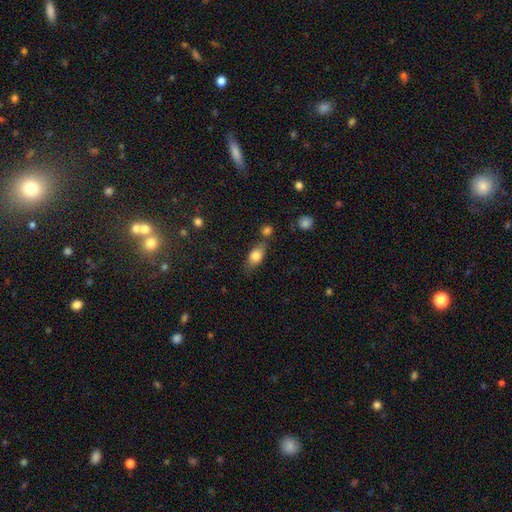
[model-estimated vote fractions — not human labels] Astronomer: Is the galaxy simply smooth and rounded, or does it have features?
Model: smooth — 76%.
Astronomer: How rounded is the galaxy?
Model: in between — 81%.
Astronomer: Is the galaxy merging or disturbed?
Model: none — 62%.